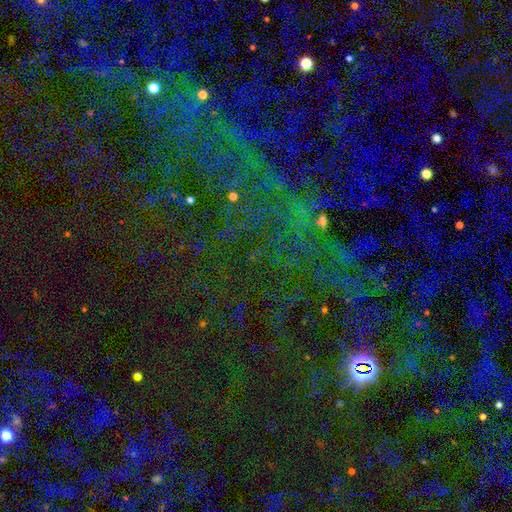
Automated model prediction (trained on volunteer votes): Morphology: type=star or artifact (79%).